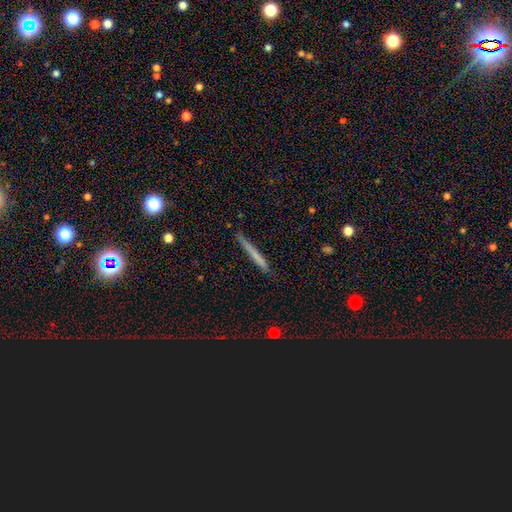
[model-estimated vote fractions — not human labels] Smooth or featured? smooth (61%)
How rounded? cigar-shaped (97%)
Merging? none (85%)